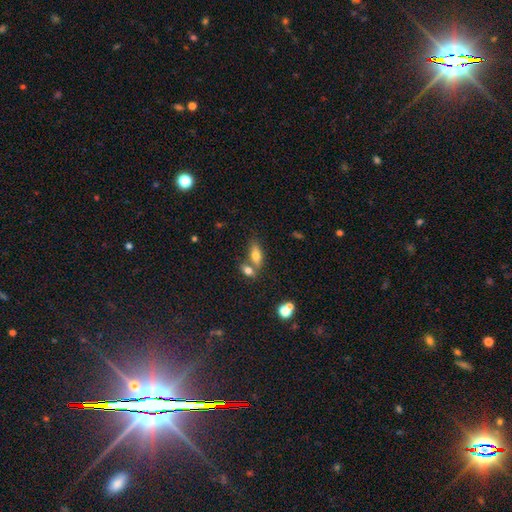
Volunteers were most divided on "merging": none: 46%, merger: 40%, minor disturbance: 11%, major disturbance: 3%. More confident: smooth or featured — smooth (82%); how rounded — in between (69%).